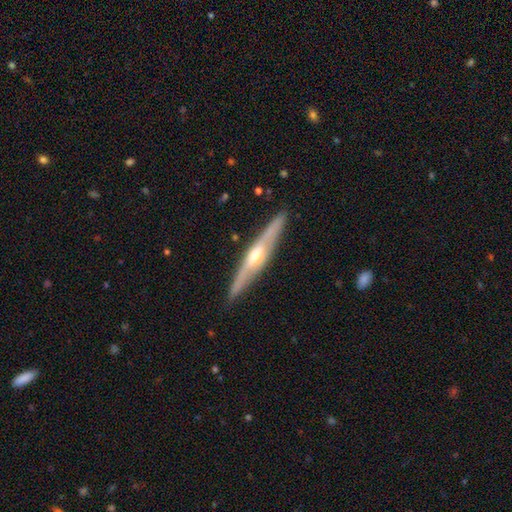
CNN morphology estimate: smooth_or_featured: featured or disk (p=0.75) [alt: smooth p=0.20]
disk_edge_on: yes (p=0.93) [alt: no p=0.07]
edge_on_bulge: rounded (p=0.87) [alt: none p=0.07]
merging: none (p=0.88) [alt: minor disturbance p=0.09]